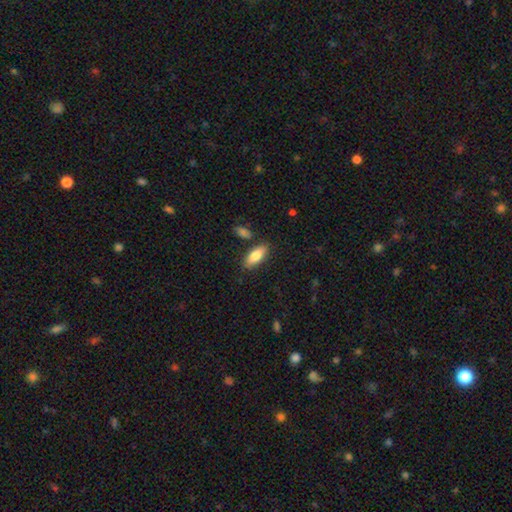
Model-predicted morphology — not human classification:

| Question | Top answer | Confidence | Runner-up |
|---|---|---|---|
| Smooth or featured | smooth | 81% | featured or disk (14%) |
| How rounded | in between | 78% | cigar-shaped (19%) |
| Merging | none | 82% | minor disturbance (11%) |